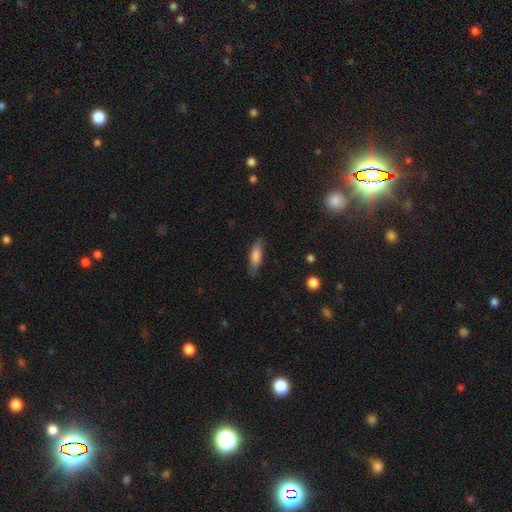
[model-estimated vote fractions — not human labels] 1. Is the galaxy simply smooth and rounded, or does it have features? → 78% smooth, 16% featured or disk, 7% star or artifact.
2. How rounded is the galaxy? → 49% cigar-shaped (tied), 49% in between (tied), 2% round.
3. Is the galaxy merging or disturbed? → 77% none, 18% minor disturbance, 4% major disturbance, 1% merger.